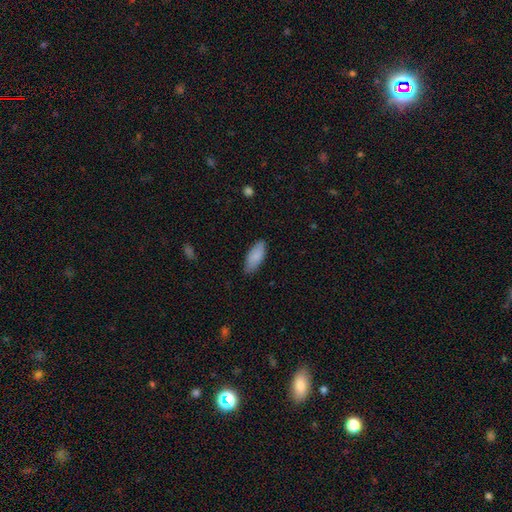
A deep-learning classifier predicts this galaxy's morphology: Smooth or featured? smooth (87%)
How rounded? in between (83%)
Merging? none (81%)